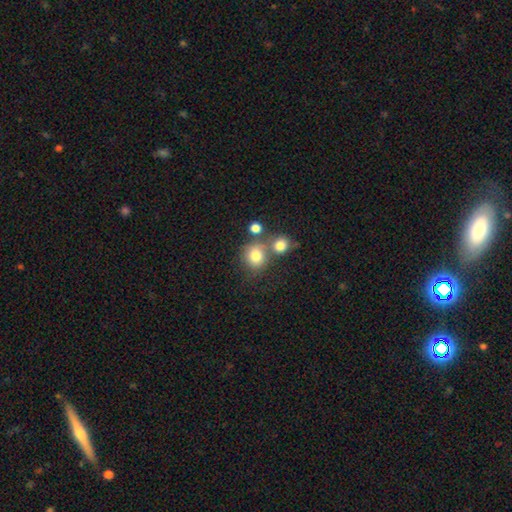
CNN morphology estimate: Overall: smooth (79%). How rounded: round (82%). Merging: none (53%; merger 31%).